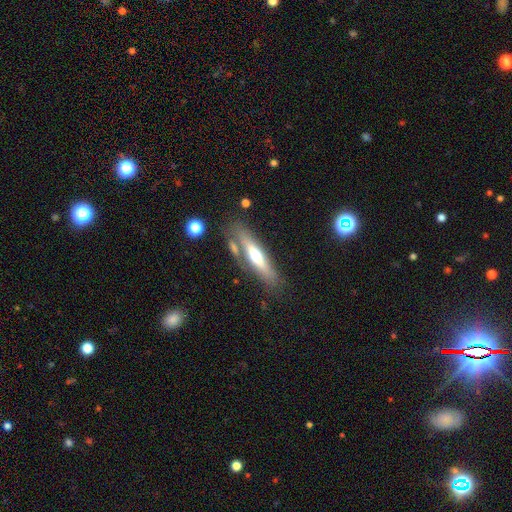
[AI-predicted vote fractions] Smooth or featured? featured or disk (53%)
Edge-on disk? yes (83%)
Merging? none (67%)